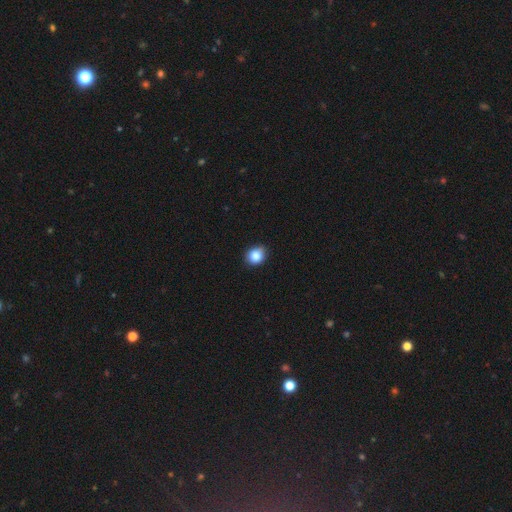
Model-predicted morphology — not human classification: This appears to be a smooth galaxy with no disk features (86%) that is round (64%). Merging: none (84%).